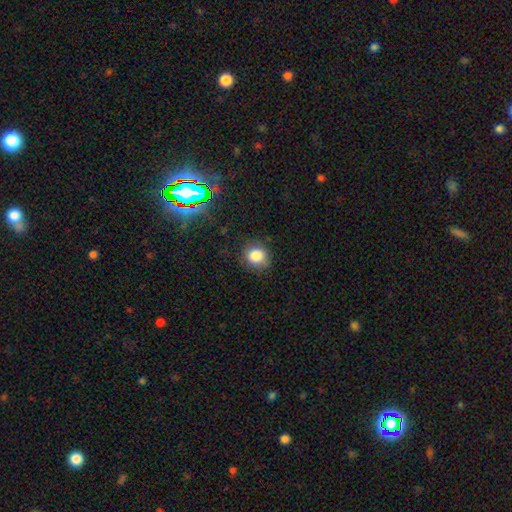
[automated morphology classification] Smooth or featured: smooth — 82% (star or artifact — 12%)
How rounded: round — 82% (in between — 17%)
Merging: none — 82% (minor disturbance — 13%)